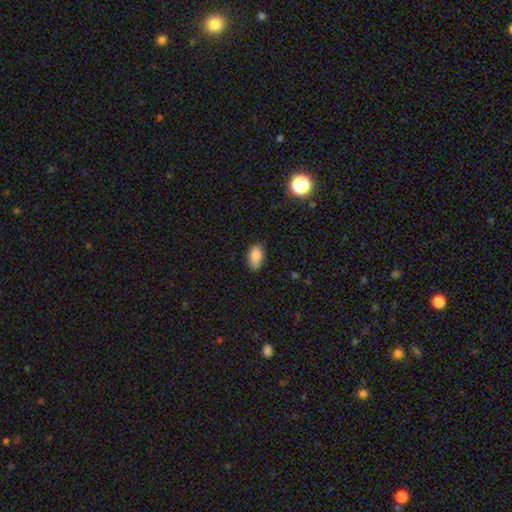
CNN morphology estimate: Smooth or featured: smooth — 85% (star or artifact — 9%)
How rounded: in between — 92% (round — 6%)
Merging: none — 69% (minor disturbance — 25%)